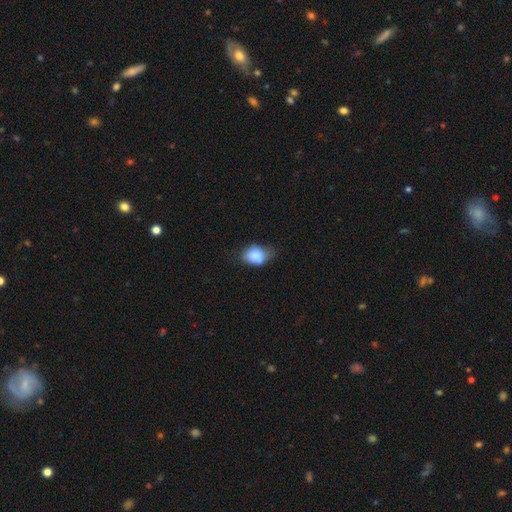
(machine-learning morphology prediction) smooth_or_featured: smooth (p=0.81) [alt: featured or disk p=0.11]
how_rounded: in between (p=0.70) [alt: round p=0.29]
merging: none (p=0.45) [alt: minor disturbance p=0.36]